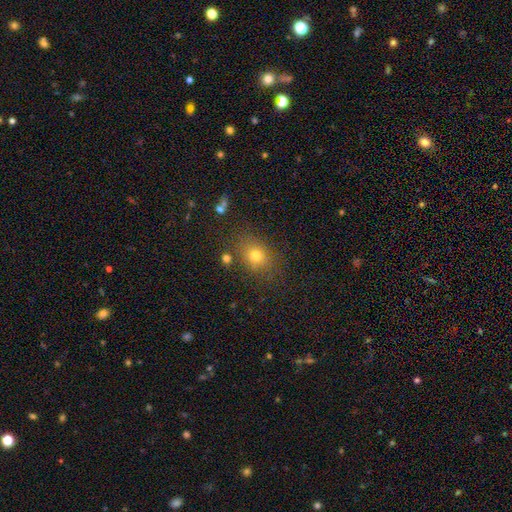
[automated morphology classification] Smooth or featured? Predicted: smooth (p=0.74). How rounded? Predicted: round (p=0.60). Merging? Predicted: none (p=0.80).